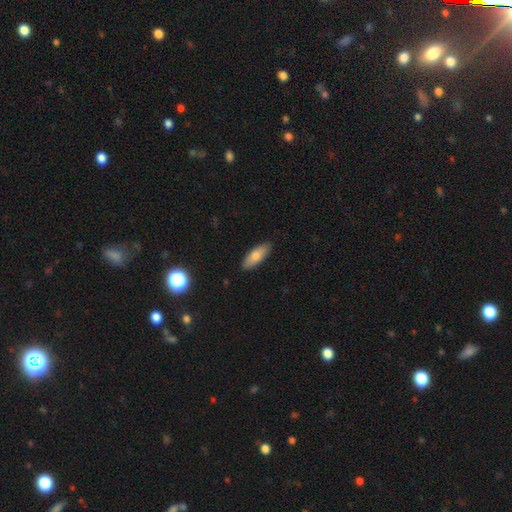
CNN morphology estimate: Smooth or featured? smooth (77%)
How rounded? in between (68%)
Merging? none (88%)